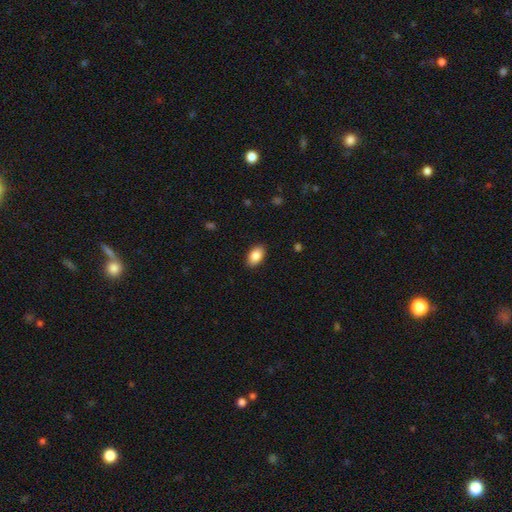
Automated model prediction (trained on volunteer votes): A smooth galaxy with no disk features (87%) that is in between round and cigar-shaped (91%). Merging: none (89%).